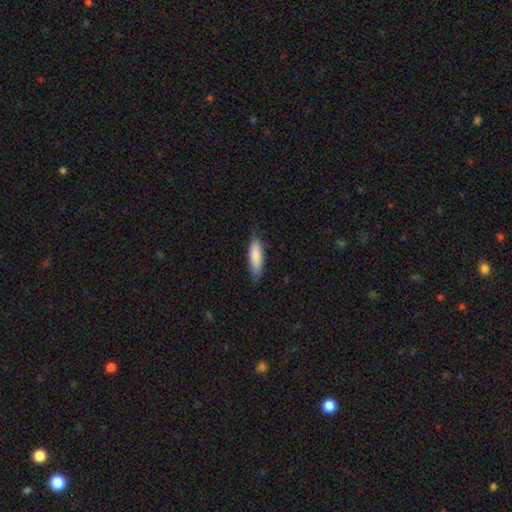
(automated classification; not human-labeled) Smooth or featured: smooth — 85% (featured or disk — 10%)
How rounded: cigar-shaped — 52% (in between — 46%)
Merging: none — 81% (minor disturbance — 16%)